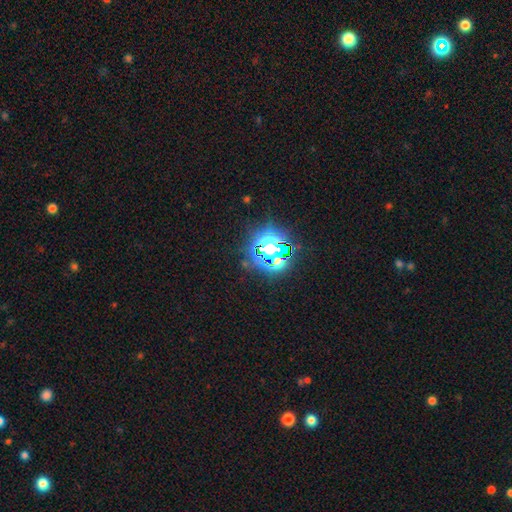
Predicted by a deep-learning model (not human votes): star or artifact 65%, smooth 23%, featured or disk 11%.